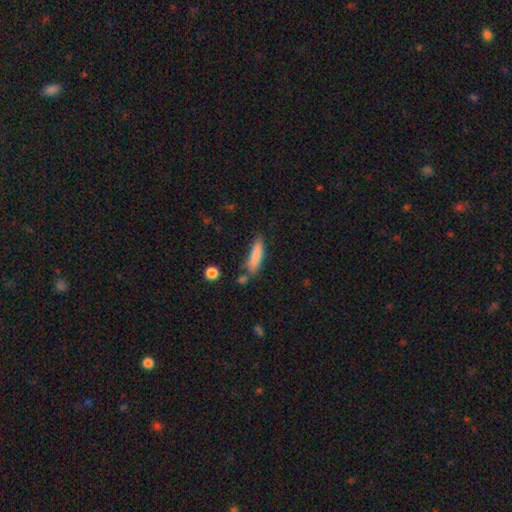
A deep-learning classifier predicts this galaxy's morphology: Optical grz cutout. It shows a smooth galaxy with no disk features (80%) that is cigar-shaped (75%). Merging: none (66%).